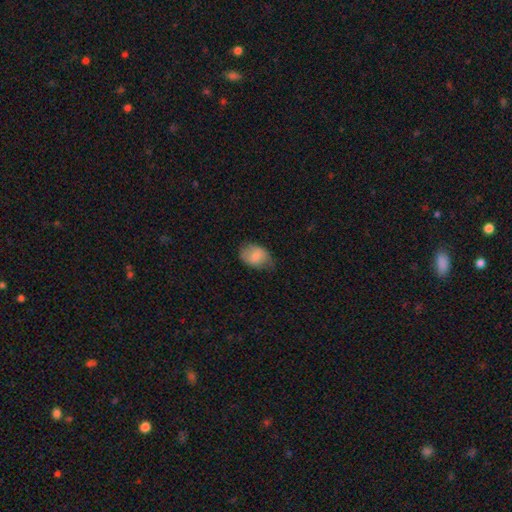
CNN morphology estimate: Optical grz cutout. It shows a smooth galaxy with no disk features (77%) that is in between round and cigar-shaped (78%). Merging: none (56%).